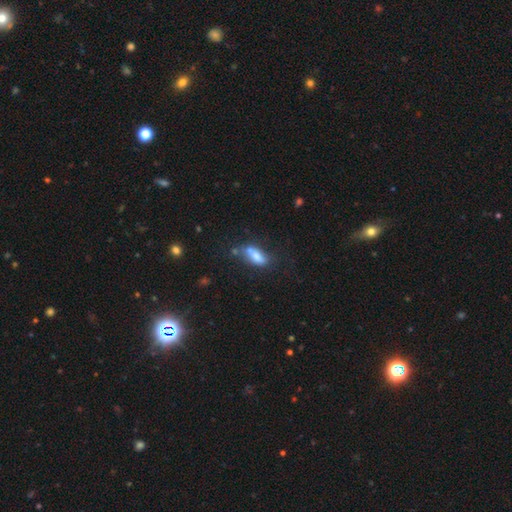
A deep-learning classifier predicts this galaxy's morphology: A smooth galaxy with no disk features (68%) that is in between round and cigar-shaped (79%).

Vote fractions:
- Smooth or featured? smooth: 68% / featured or disk: 22% / star or artifact: 10%
- How rounded? in between: 79% / cigar-shaped: 16% / round: 5%
- Merging? none: 40% / merger: 25% / minor disturbance: 23% / major disturbance: 12%